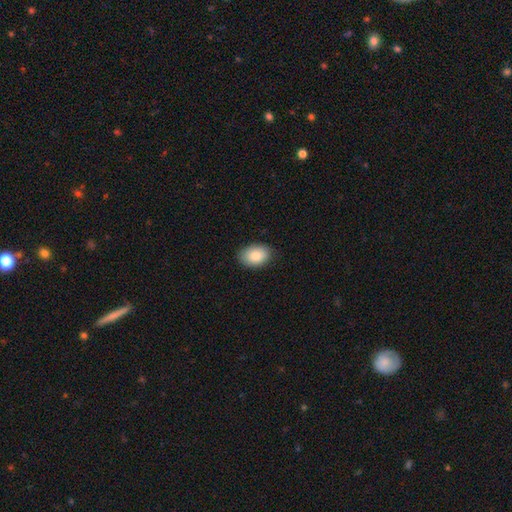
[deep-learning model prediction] This is clearly a smooth galaxy (84%). How rounded: clearly in between (82%). Merging: clearly none (85%).